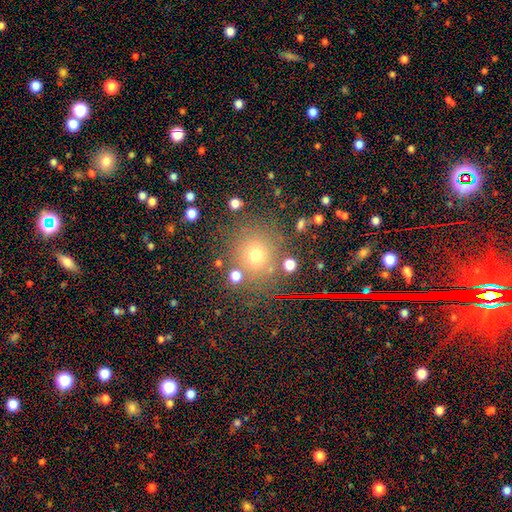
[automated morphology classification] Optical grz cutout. It shows a smooth galaxy with no disk features (64%) that is round (86%). Merging: none (79%).